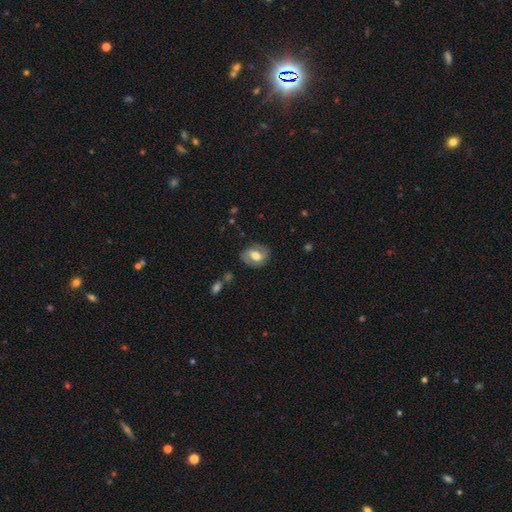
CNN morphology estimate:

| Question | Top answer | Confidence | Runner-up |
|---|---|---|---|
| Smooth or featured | smooth | 50% | featured or disk (43%) |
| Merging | none | 78% | minor disturbance (15%) |